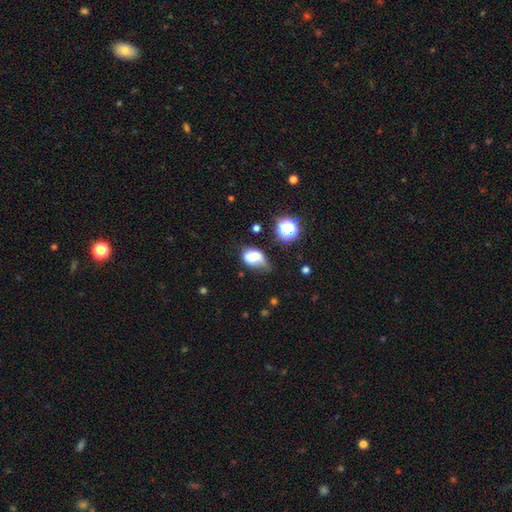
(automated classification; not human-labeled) smooth_or_featured: smooth (p=0.68) [alt: featured or disk p=0.19]
how_rounded: in between (p=0.72) [alt: round p=0.26]
merging: minor disturbance (p=0.41) [alt: major disturbance p=0.26]